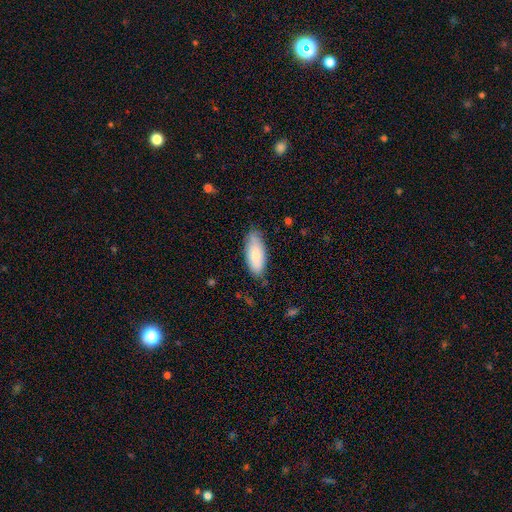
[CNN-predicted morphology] smooth_or_featured: smooth (p=0.80) [alt: featured or disk p=0.14]
how_rounded: in between (p=0.81) [alt: cigar-shaped p=0.17]
merging: none (p=0.78) [alt: minor disturbance p=0.18]